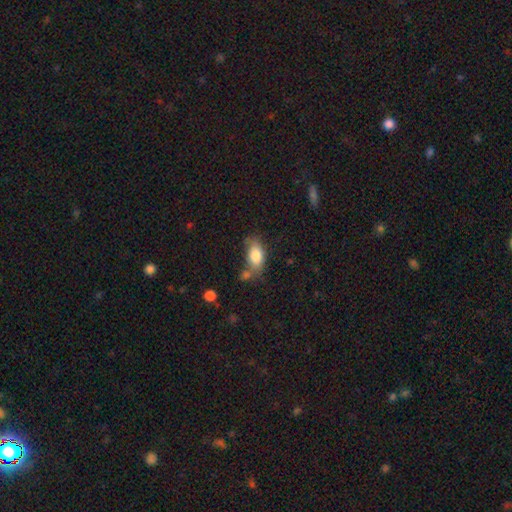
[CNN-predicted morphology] smooth_or_featured: smooth (p=0.81) [alt: featured or disk p=0.11]
how_rounded: in between (p=0.89) [alt: round p=0.06]
merging: none (p=0.55) [alt: minor disturbance p=0.22]